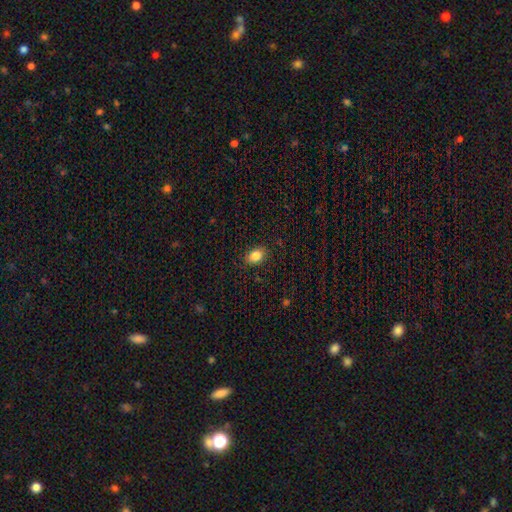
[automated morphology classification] Smooth or featured?
  - smooth: 85% *
  - star or artifact: 9%
  - featured or disk: 6%
How rounded?
  - in between: 79% *
  - round: 20%
  - cigar-shaped: 1%
Merging?
  - none: 87% *
  - minor disturbance: 10%
  - major disturbance: 2%
  - merger: 1%